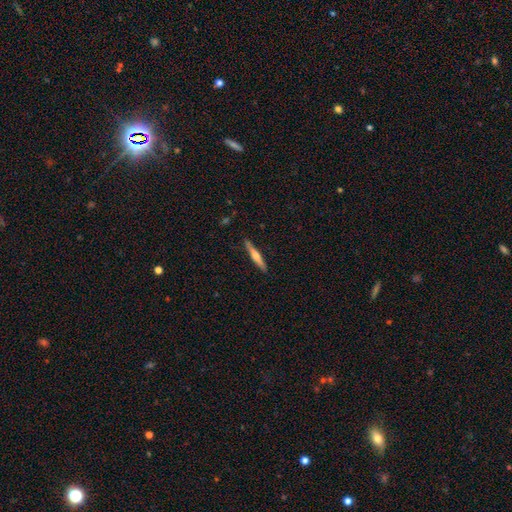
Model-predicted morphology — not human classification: A featured or disk galaxy (52%) viewed edge-on (97%) with a rounded central bulge (76%).

Vote fractions:
- Smooth or featured? featured or disk: 52% / smooth: 43% / star or artifact: 5%
- Edge-on disk? yes: 97% / no: 3%
- Edge-on bulge? rounded: 76% / none: 12% / boxy: 11%
- Merging? none: 89% / minor disturbance: 8% / major disturbance: 2% / merger: 1%